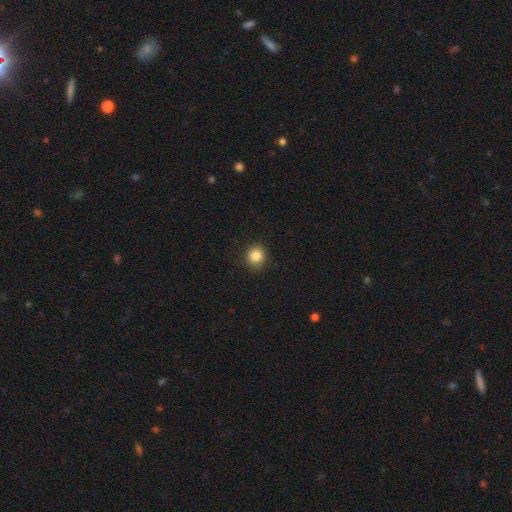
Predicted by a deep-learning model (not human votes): This appears to be a smooth galaxy with no disk features (85%) that is round (86%). Merging: none (90%).